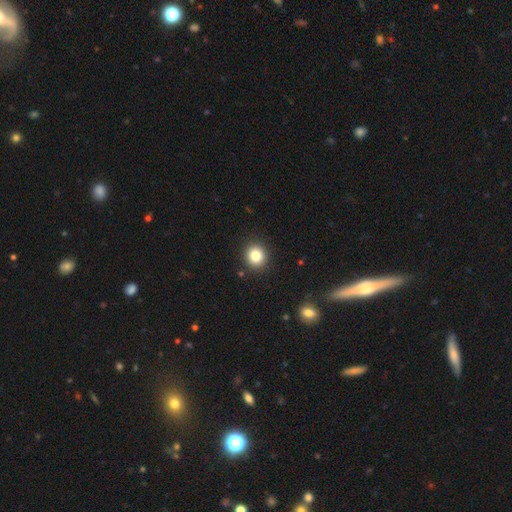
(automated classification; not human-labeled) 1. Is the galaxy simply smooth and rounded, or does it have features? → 83% smooth, 11% star or artifact, 6% featured or disk.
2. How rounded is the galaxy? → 84% round, 15% in between, 1% cigar-shaped.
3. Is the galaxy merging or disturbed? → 91% none, 6% minor disturbance, 2% major disturbance, 1% merger.